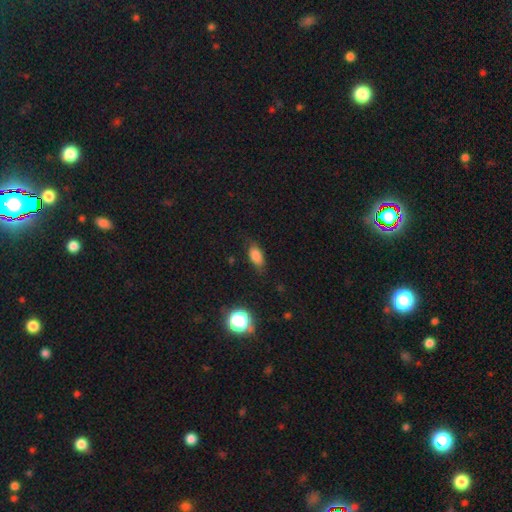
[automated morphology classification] A smooth galaxy with no disk features (81%) that is in between round and cigar-shaped (86%).

Vote fractions:
- Smooth or featured? smooth: 81% / star or artifact: 10% / featured or disk: 9%
- How rounded? in between: 86% / cigar-shaped: 8% / round: 6%
- Merging? none: 71% / minor disturbance: 22% / major disturbance: 6% / merger: 2%